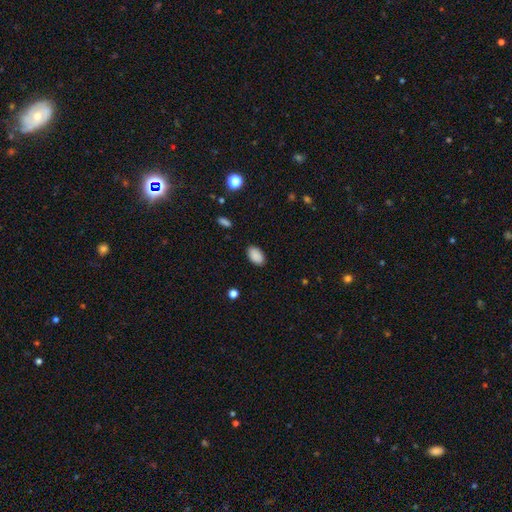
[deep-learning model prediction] smooth_or_featured: smooth (p=0.90) [alt: star or artifact p=0.07]
how_rounded: in between (p=0.93) [alt: round p=0.06]
merging: none (p=0.87) [alt: minor disturbance p=0.09]